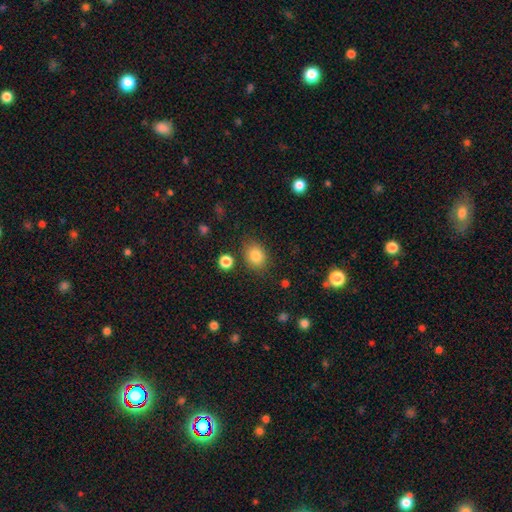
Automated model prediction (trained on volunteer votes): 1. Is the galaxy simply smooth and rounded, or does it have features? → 84% smooth, 10% star or artifact, 6% featured or disk.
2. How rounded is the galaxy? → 54% round, 46% in between, 1% cigar-shaped.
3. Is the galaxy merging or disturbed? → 82% none, 12% minor disturbance, 3% major disturbance, 3% merger.